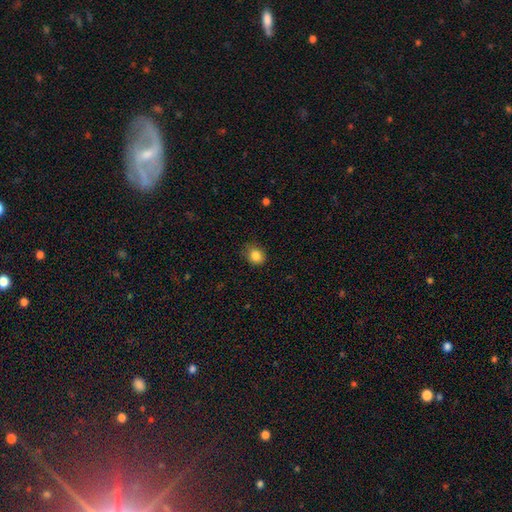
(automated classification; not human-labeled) This appears to be a smooth galaxy with no disk features (85%) that is round (62%). Merging: none (75%).